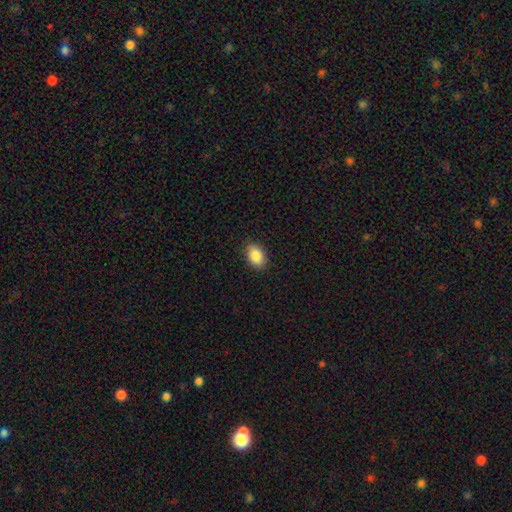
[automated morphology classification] type=smooth (88%); roundness=in between (87%); merging=none (88%).